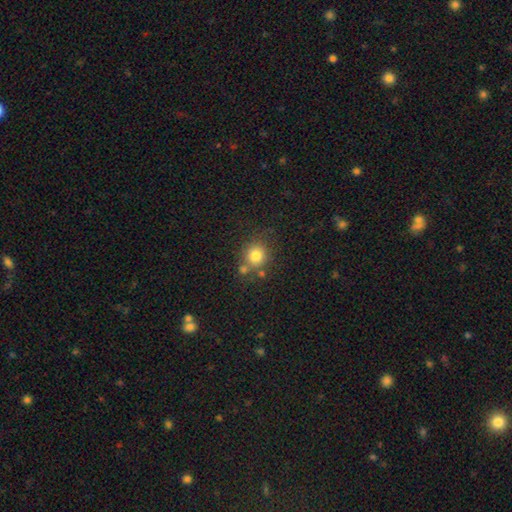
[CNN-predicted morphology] smooth-or-featured: smooth: 81% | star or artifact: 12% | featured or disk: 8%
  how-rounded: round: 88% | in between: 11% | cigar-shaped: 1%
  merging: none: 67% | merger: 17% | minor disturbance: 12% | major disturbance: 4%